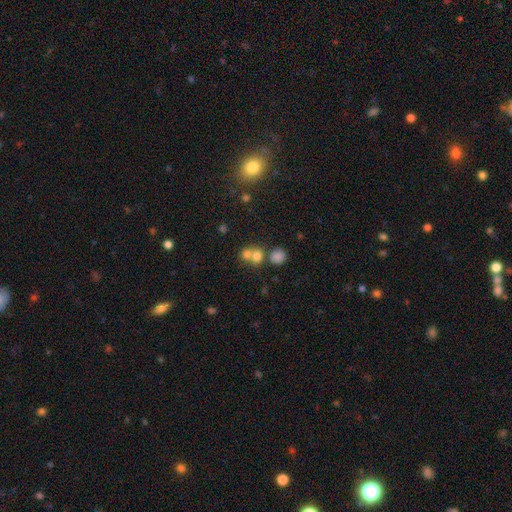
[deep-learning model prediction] Morphology: type=smooth (69%); roundness=round (78%); merging=merger (47%).